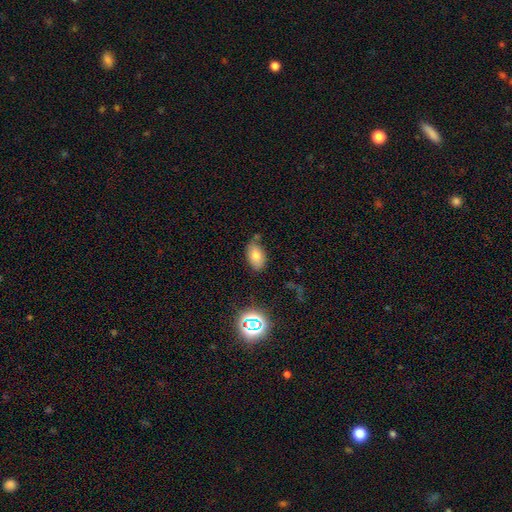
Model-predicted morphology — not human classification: type=smooth (73%); roundness=in between (90%); merging=none (68%).